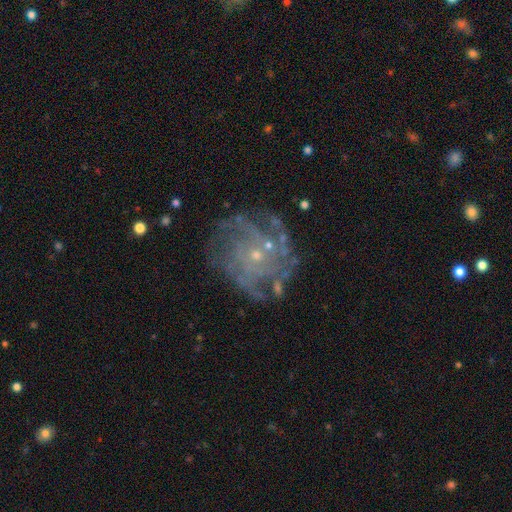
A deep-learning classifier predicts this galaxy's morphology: This is clearly a featured or disk galaxy (81%). It is clearly not viewed edge-on (98%). Bar: clearly no (80%). Spiral arm pattern: clearly yes (87%). Spiral arm count: marginally can't tell (35%). Spiral winding: possibly tight (56%). Central bulge: clearly small (81%). Merging: likely none (69%).